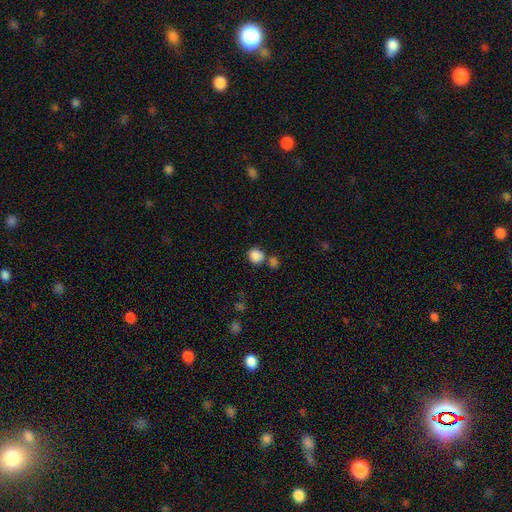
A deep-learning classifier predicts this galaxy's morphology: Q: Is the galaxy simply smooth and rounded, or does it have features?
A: smooth — 86%.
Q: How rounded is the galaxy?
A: round — 83%.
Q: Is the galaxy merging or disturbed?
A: none — 63%.